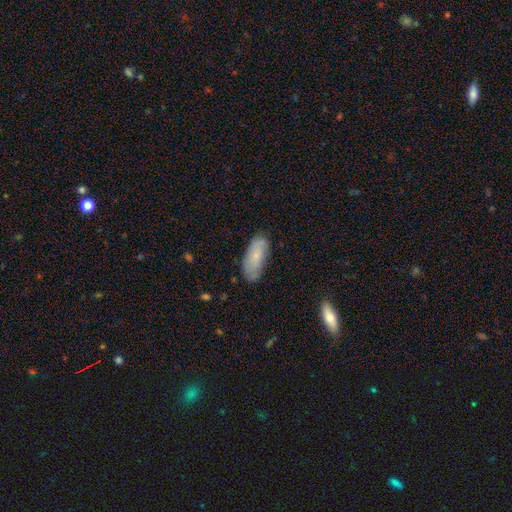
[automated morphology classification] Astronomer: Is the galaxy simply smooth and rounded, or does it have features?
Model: smooth — 68%.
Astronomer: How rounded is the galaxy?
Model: in between — 85%.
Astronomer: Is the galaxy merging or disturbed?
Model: none — 72%.